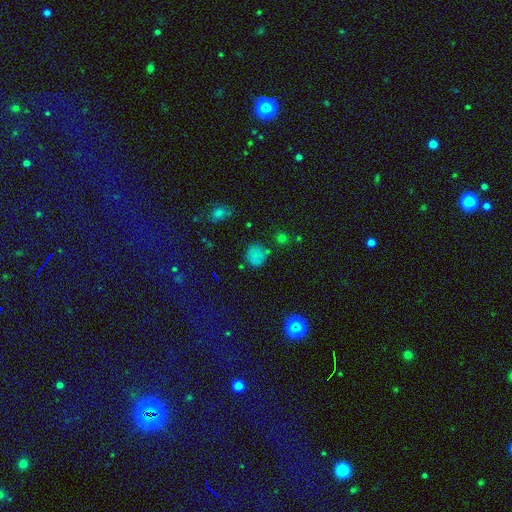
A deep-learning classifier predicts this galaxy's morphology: Q: Smooth or featured?
A: smooth (67%); runner-up: star or artifact (26%)
Q: How rounded?
A: round (79%); runner-up: in between (20%)
Q: Merging?
A: none (70%); runner-up: minor disturbance (18%)